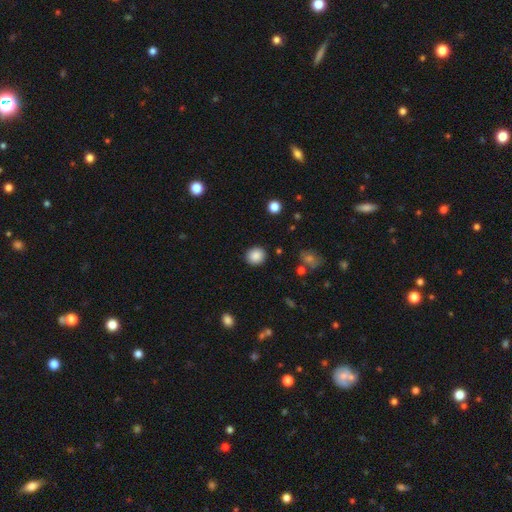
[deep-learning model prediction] The model was most divided on "how rounded": round: 81%, in between: 18%, cigar-shaped: 1%. More confident: merging — none (89%); smooth or featured — smooth (87%).